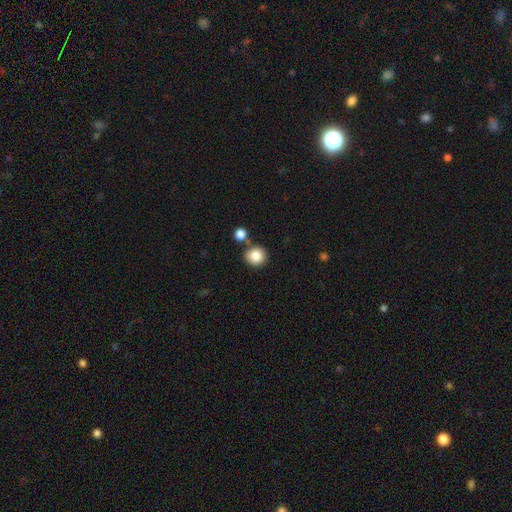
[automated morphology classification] smooth_or_featured: smooth (p=0.85) [alt: star or artifact p=0.09]
how_rounded: round (p=0.91) [alt: in between p=0.08]
merging: none (p=0.77) [alt: merger p=0.13]